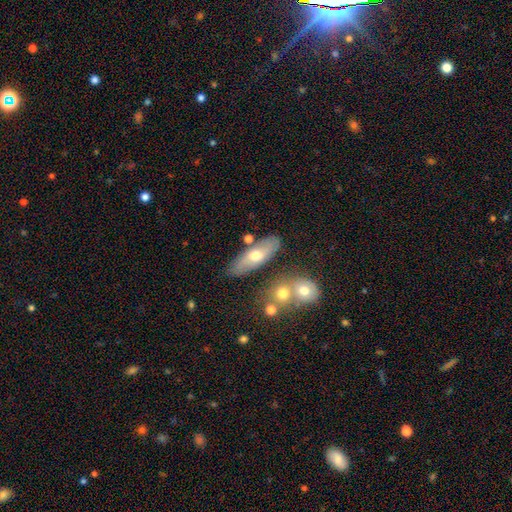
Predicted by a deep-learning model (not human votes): Smooth or featured?
  - smooth: 55% *
  - featured or disk: 39%
  - star or artifact: 7%
How rounded?
  - in between: 64% *
  - cigar-shaped: 32%
  - round: 3%
Merging?
  - none: 74% *
  - minor disturbance: 13%
  - merger: 10%
  - major disturbance: 4%